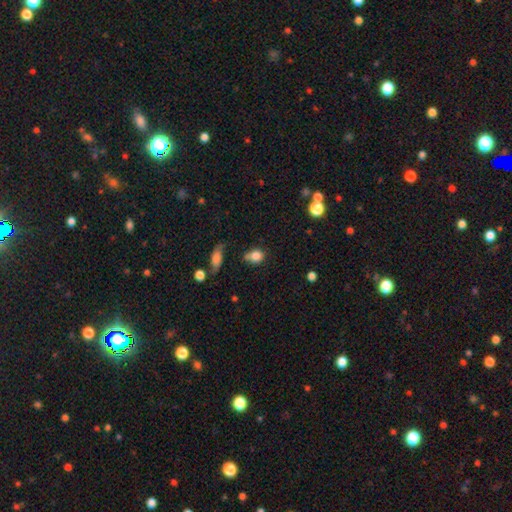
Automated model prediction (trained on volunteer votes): Smooth or featured? Predicted: smooth (p=0.82). How rounded? Predicted: round (p=0.59). Merging? Predicted: none (p=0.51).